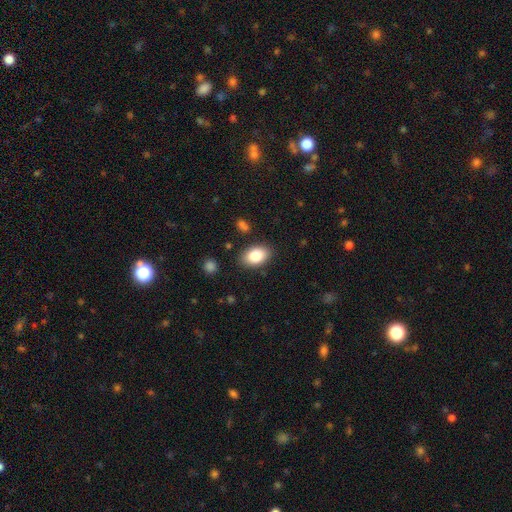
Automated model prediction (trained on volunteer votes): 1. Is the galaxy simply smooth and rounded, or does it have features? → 83% smooth, 9% featured or disk, 8% star or artifact.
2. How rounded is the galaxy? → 88% in between, 11% round, 1% cigar-shaped.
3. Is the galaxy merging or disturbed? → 85% none, 10% minor disturbance, 3% major disturbance, 2% merger.